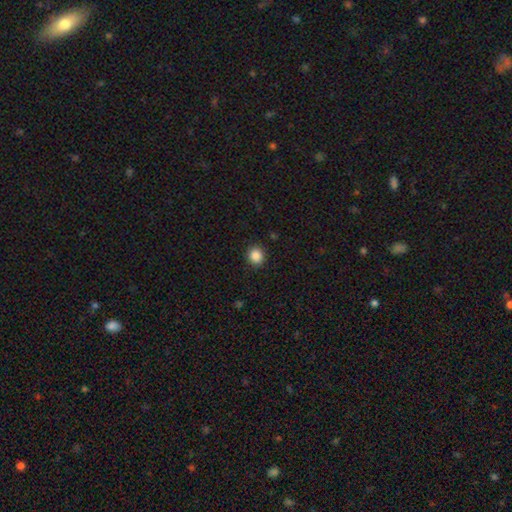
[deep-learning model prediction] smooth-or-featured: smooth: 87% | star or artifact: 10% | featured or disk: 4%
  how-rounded: round: 82% | in between: 17% | cigar-shaped: 1%
  merging: none: 91% | minor disturbance: 6% | major disturbance: 2% | merger: 1%